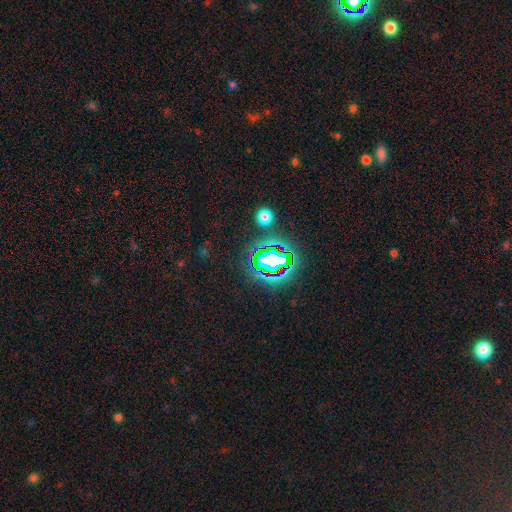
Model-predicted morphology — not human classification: Overall: star or artifact (80%).